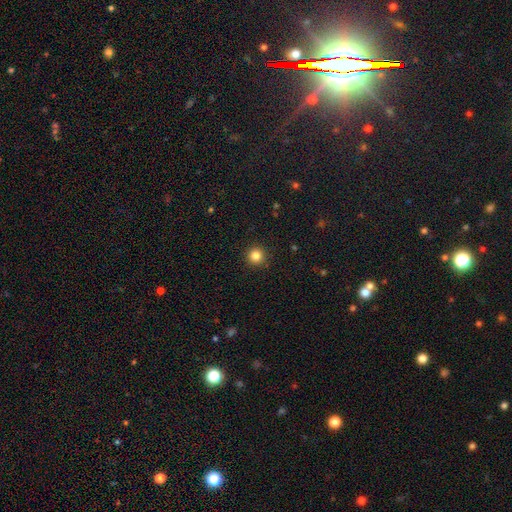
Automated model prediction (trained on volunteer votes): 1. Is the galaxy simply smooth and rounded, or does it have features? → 85% smooth, 12% star or artifact, 4% featured or disk.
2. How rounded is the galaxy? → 96% round, 3% in between, 1% cigar-shaped.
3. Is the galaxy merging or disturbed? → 93% none, 5% minor disturbance, 2% major disturbance, 1% merger.